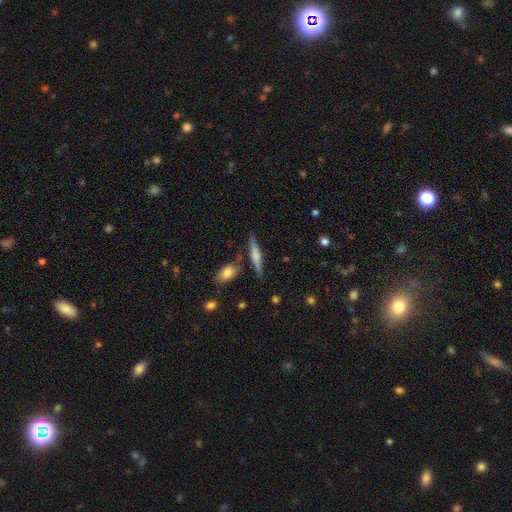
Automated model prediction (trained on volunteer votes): Smooth or featured? smooth (48%)
Merging? none (81%)